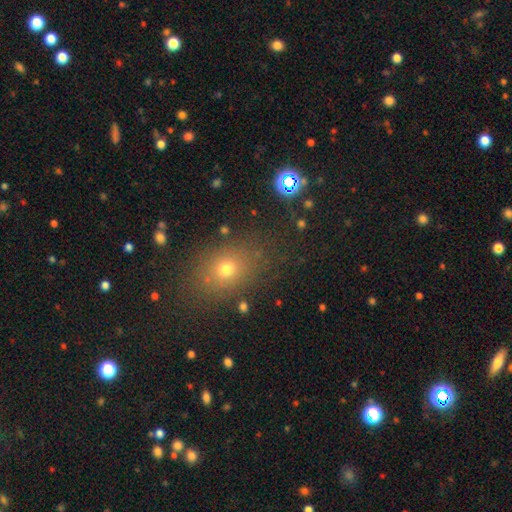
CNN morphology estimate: Smooth or featured? Predicted: smooth (p=0.61). How rounded? Predicted: in between (p=0.59). Merging? Predicted: none (p=0.84).